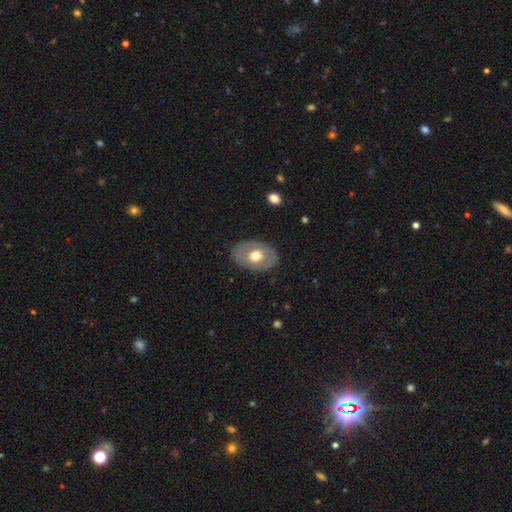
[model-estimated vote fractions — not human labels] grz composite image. It shows a smooth galaxy with no disk features (54%) that is in between round and cigar-shaped (75%). Merging: none (82%).